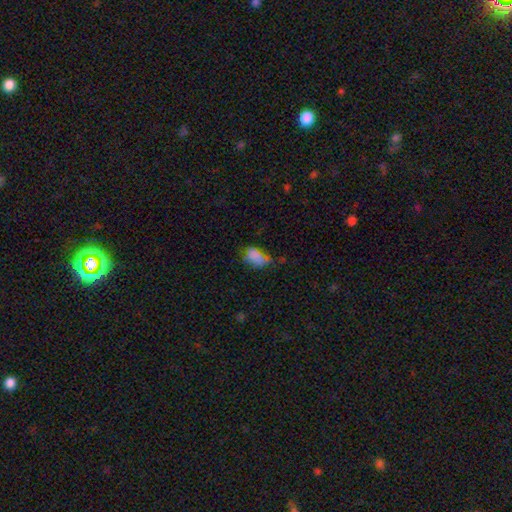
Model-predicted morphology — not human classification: type=smooth (75%); roundness=in between (89%); merging=minor disturbance (35%).